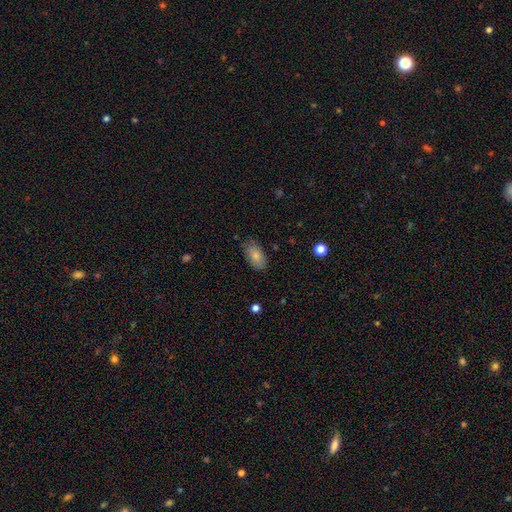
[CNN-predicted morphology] This is clearly a smooth galaxy (82%). How rounded: clearly in between (93%). Merging: likely none (78%).